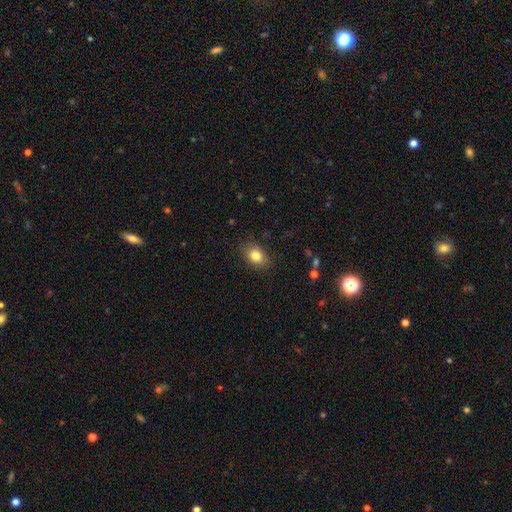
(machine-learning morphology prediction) Smooth or featured? smooth (82%)
How rounded? in between (70%)
Merging? none (84%)